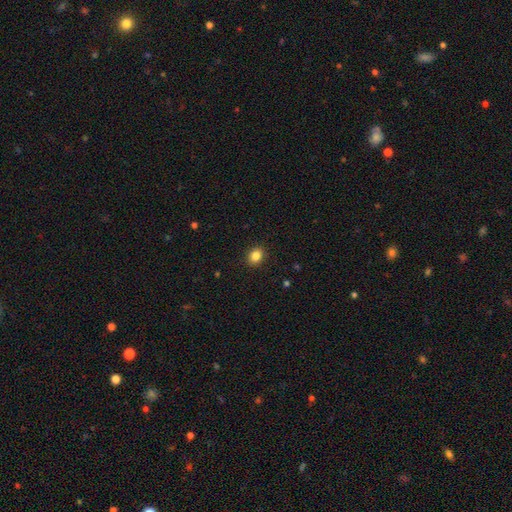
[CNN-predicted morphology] The model was most divided on "how rounded": round: 55%, in between: 44%, cigar-shaped: 1%. More confident: merging — none (91%); smooth or featured — smooth (85%).